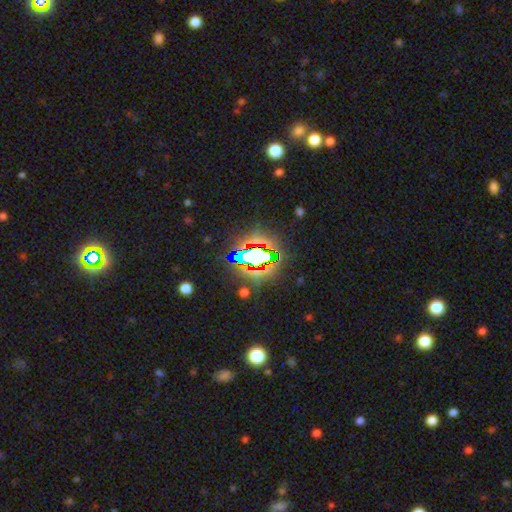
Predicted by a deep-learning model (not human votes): A star or artifact, not a galaxy (73%).